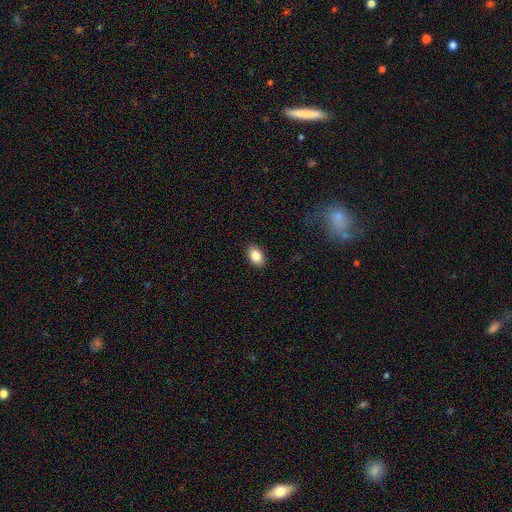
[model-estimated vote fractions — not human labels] smooth_or_featured: smooth (p=0.86) [alt: star or artifact p=0.08]
how_rounded: in between (p=0.90) [alt: round p=0.09]
merging: none (p=0.89) [alt: minor disturbance p=0.08]